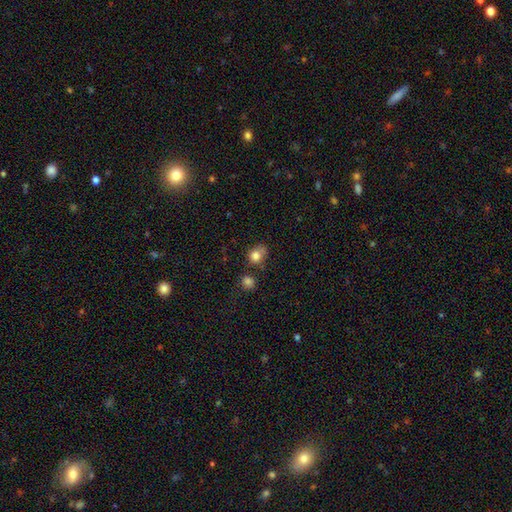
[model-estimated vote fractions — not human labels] smooth-or-featured: smooth: 81% | star or artifact: 11% | featured or disk: 8%
  how-rounded: round: 67% | in between: 32% | cigar-shaped: 1%
  merging: none: 51% | minor disturbance: 26% | merger: 13% | major disturbance: 9%